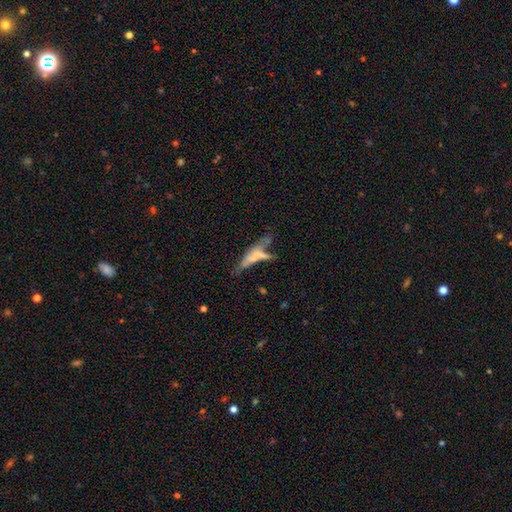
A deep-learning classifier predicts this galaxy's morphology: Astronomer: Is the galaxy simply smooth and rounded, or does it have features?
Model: smooth — 48% (runner-up: featured or disk, 41%).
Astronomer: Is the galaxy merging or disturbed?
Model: merger — 33% (runner-up: none, 28%).